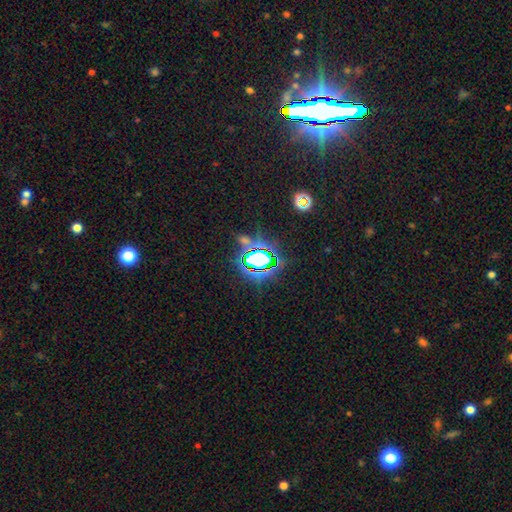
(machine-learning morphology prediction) star or artifact 69%, smooth 19%, featured or disk 12%.